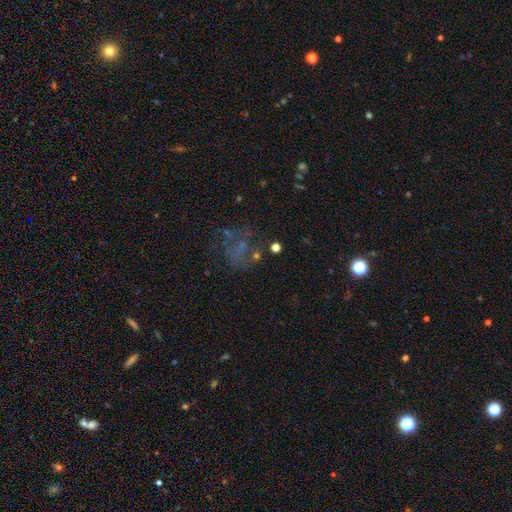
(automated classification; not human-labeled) Smooth or featured: featured or disk — 38% (smooth — 32%)
Merging: none — 48% (major disturbance — 26%)